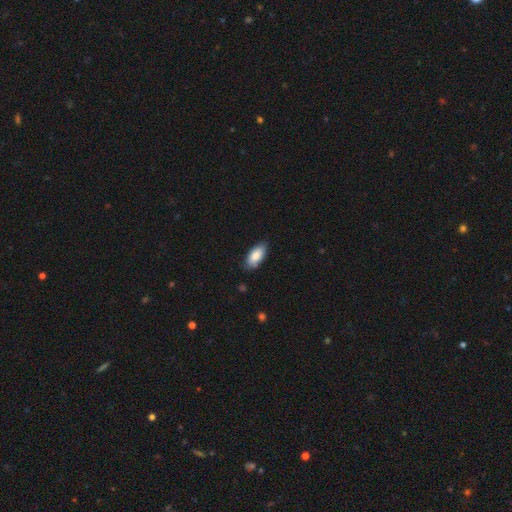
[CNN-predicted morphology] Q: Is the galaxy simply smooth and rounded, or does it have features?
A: smooth — 86%.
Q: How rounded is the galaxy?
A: in between — 90%.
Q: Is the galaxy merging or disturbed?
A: none — 80%.